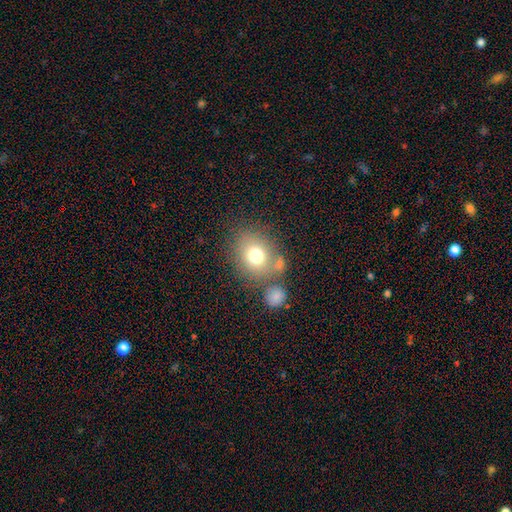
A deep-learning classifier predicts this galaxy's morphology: Smooth or featured?
  - smooth: 74% *
  - featured or disk: 15%
  - star or artifact: 11%
How rounded?
  - round: 65% *
  - in between: 34%
  - cigar-shaped: 1%
Merging?
  - none: 60% *
  - merger: 19%
  - minor disturbance: 15%
  - major disturbance: 7%